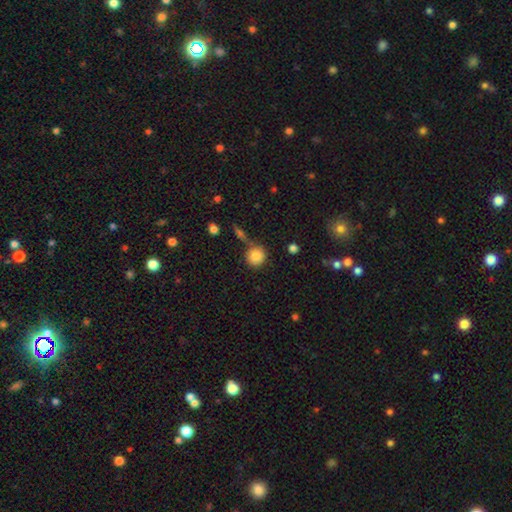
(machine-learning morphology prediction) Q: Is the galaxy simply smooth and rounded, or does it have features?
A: smooth — 85%.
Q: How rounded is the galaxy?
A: round — 89%.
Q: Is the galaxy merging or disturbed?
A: none — 72%.